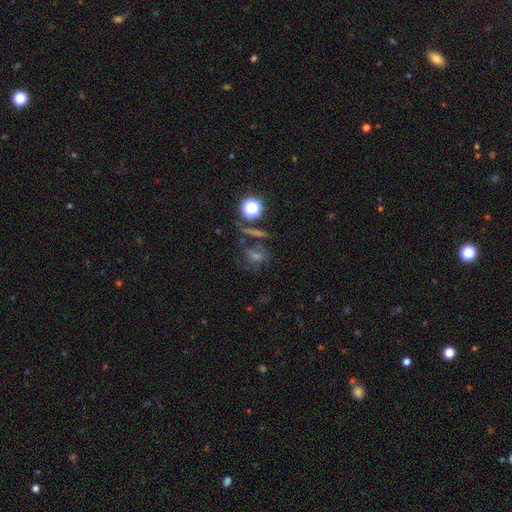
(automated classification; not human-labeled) Smooth or featured? Predicted: star or artifact (p=0.41).